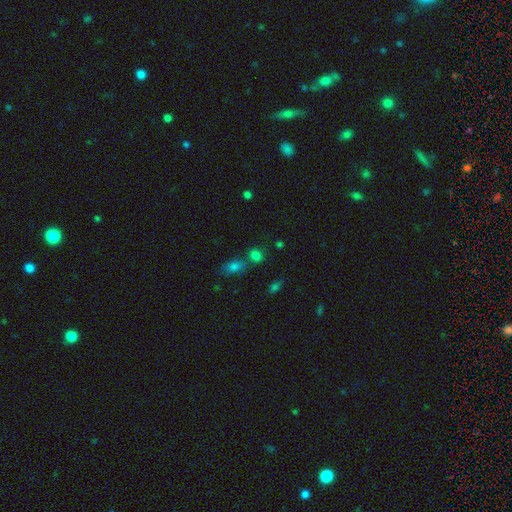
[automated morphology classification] smooth_or_featured: smooth (p=0.75) [alt: star or artifact p=0.18]
how_rounded: in between (p=0.53) [alt: round p=0.45]
merging: none (p=0.57) [alt: merger p=0.28]